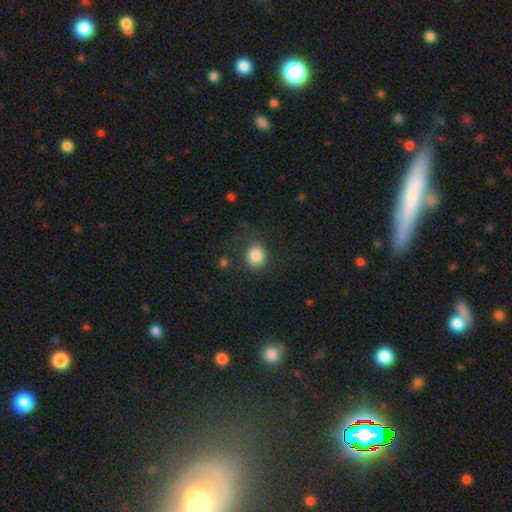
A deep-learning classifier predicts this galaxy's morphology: Overall: smooth (86%). How rounded: round (80%). Merging: none (80%).